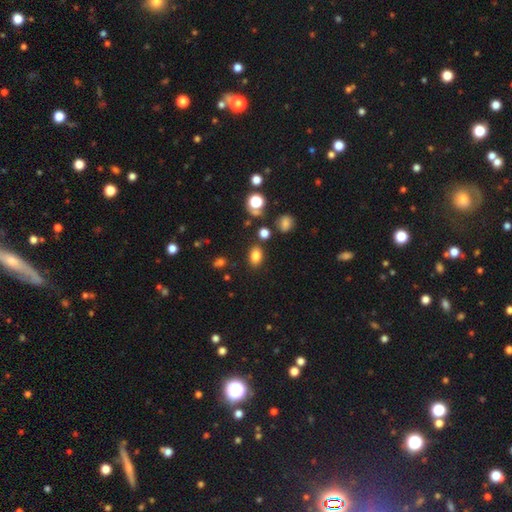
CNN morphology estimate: The model was most divided on "how rounded": in between: 77%, round: 21%, cigar-shaped: 1%. More confident: merging — none (81%); smooth or featured — smooth (80%).